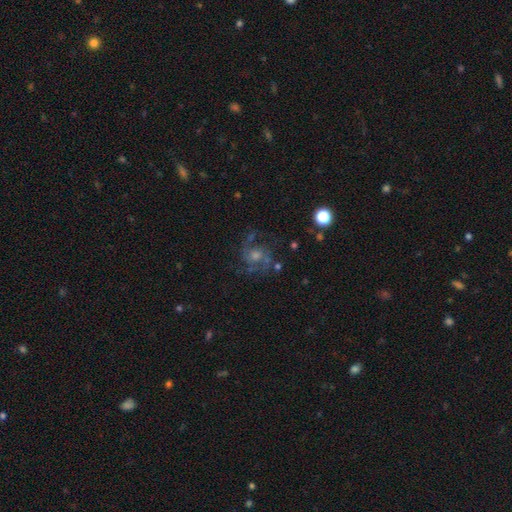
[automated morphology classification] Smooth or featured? Predicted: featured or disk (p=0.73). Edge-on disk? Predicted: no (p=0.98). Bar? Predicted: no (p=0.66). Spiral arms? Predicted: yes (p=0.94). Spiral winding? Predicted: medium (p=0.55). Spiral arm count? Predicted: 2 (p=0.61). Bulge size? Predicted: moderate (p=0.52). Merging? Predicted: none (p=0.71).